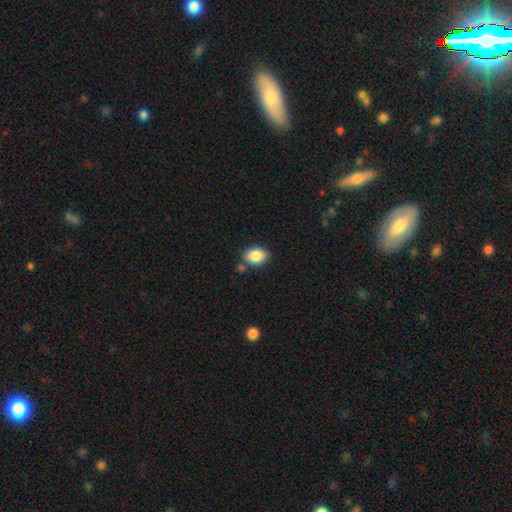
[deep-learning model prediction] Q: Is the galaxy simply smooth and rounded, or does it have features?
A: smooth — 86%.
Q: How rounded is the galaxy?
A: in between — 82%.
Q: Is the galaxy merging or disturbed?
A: none — 76%.